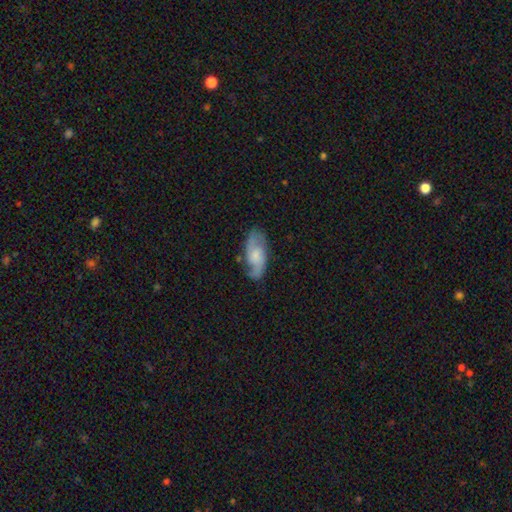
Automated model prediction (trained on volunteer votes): This appears to be a featured or disk galaxy (67%) with no bar (60%), 2 (84%) medium (46%) spiral arms (92%) and a small central bulge (42%). Merging: none (74%).